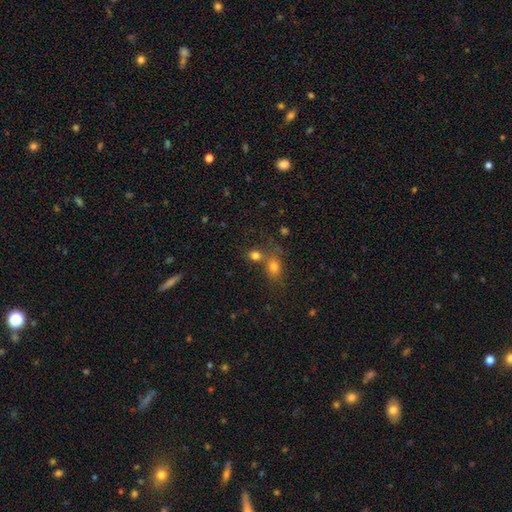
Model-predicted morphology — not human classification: smooth-or-featured: smooth: 77% | star or artifact: 15% | featured or disk: 8%
  how-rounded: round: 59% | in between: 39% | cigar-shaped: 2%
  merging: none: 49% | merger: 38% | minor disturbance: 9% | major disturbance: 4%